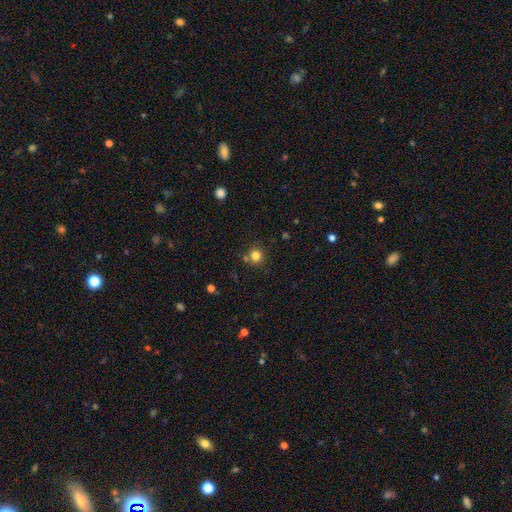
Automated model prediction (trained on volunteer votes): Overall: smooth (81%). How rounded: round (91%). Merging: none (77%).